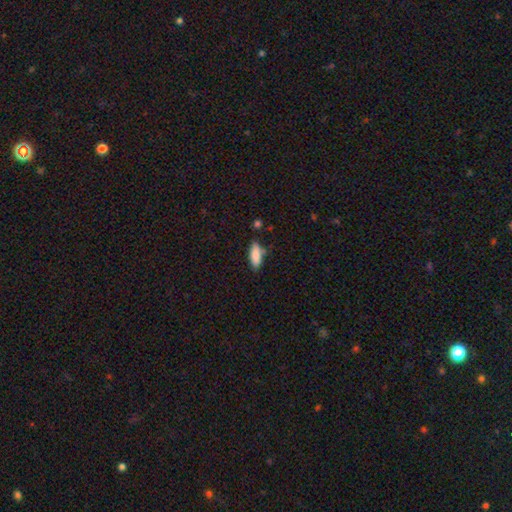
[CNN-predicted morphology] smooth 86%, featured or disk 8%, star or artifact 7%. Down the decision tree: how rounded — in between (66%); merging — none (73%).